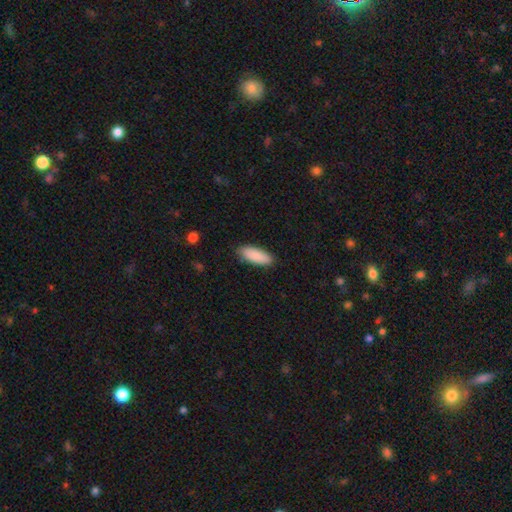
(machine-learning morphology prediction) Smooth or featured? Predicted: smooth (p=0.89). How rounded? Predicted: in between (p=0.75). Merging? Predicted: none (p=0.86).